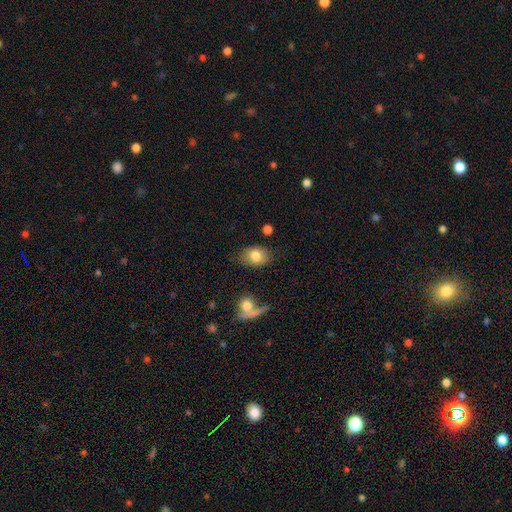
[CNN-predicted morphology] A smooth galaxy with no disk features (78%) that is in between round and cigar-shaped (76%). Merging: none (75%).